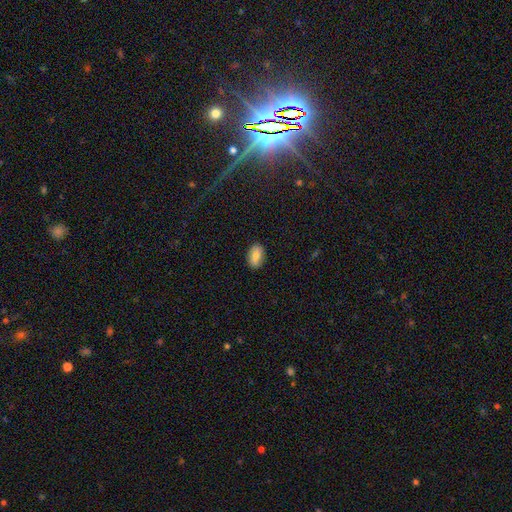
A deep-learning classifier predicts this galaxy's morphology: The model was most divided on "smooth or featured": smooth: 81%, featured or disk: 12%, star or artifact: 8%. More confident: how rounded — in between (90%); merging — none (88%).